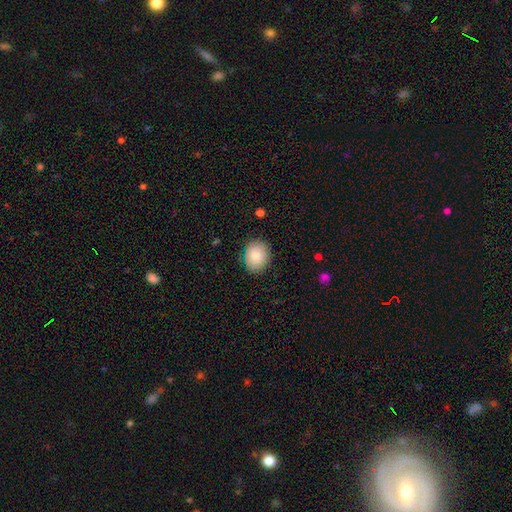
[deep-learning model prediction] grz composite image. It shows a smooth galaxy with no disk features (81%) that is round (57%). Merging: none (85%).